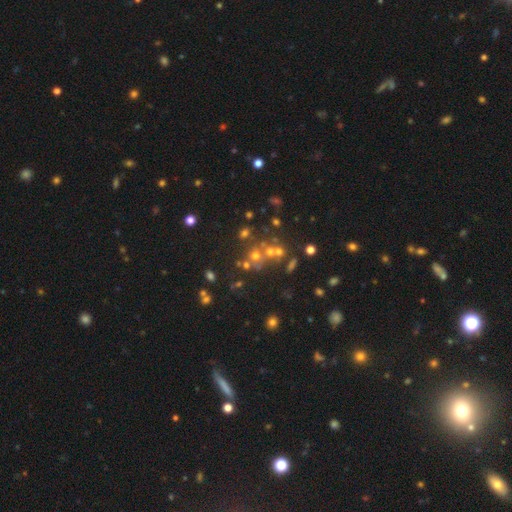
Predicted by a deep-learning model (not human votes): A star or artifact, not a galaxy (47%).